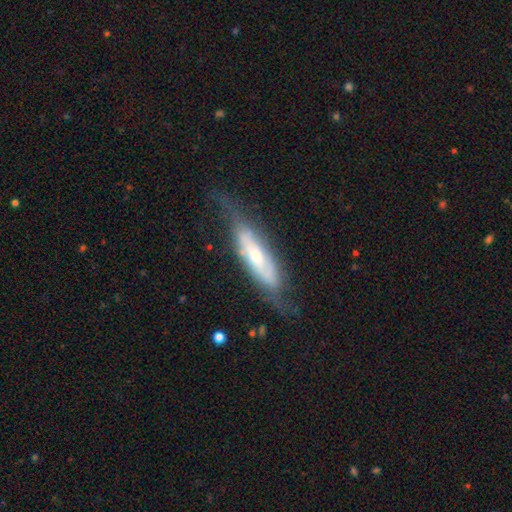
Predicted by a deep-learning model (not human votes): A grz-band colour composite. It shows a featured or disk galaxy (61%). Merging: none (55%).